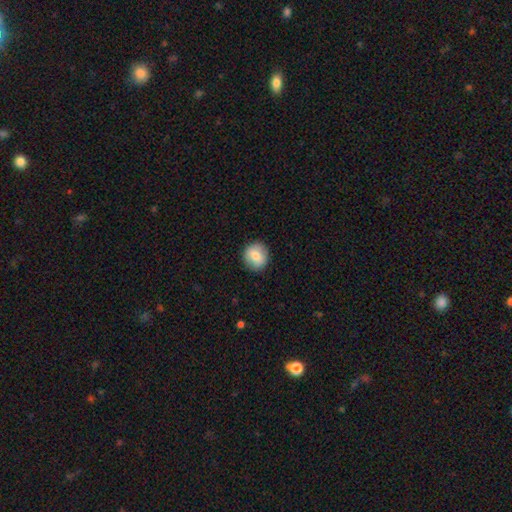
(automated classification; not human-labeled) Smooth or featured? smooth (79%)
How rounded? round (89%)
Merging? none (90%)